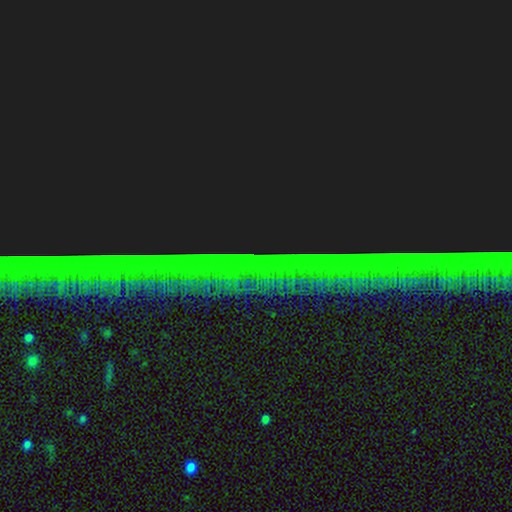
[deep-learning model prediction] The model was most divided on "smooth or featured": star or artifact: 87%, featured or disk: 7%, smooth: 6%.